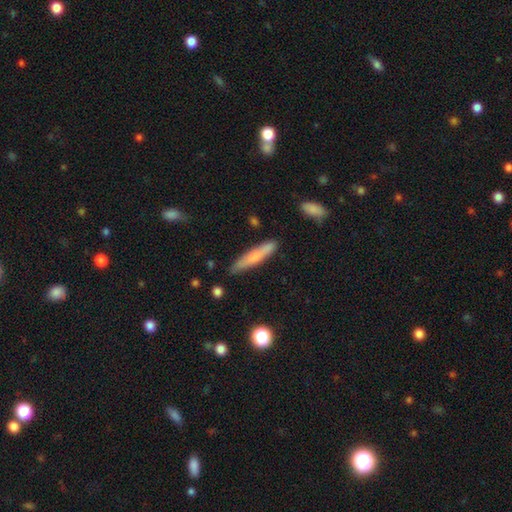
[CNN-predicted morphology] Smooth or featured: smooth — 66% (featured or disk — 27%)
How rounded: cigar-shaped — 89% (in between — 10%)
Merging: none — 82% (minor disturbance — 14%)